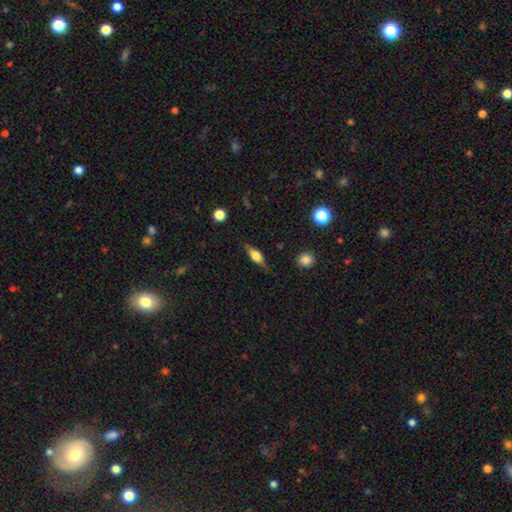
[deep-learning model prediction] Q: Smooth or featured?
A: featured or disk (55%); runner-up: smooth (37%)
Q: Edge-on disk?
A: yes (94%); runner-up: no (6%)
Q: Edge-on bulge?
A: rounded (83%); runner-up: boxy (15%)
Q: Merging?
A: none (80%); runner-up: minor disturbance (15%)